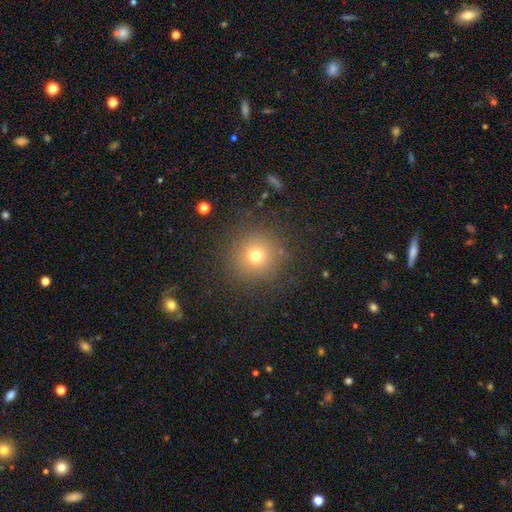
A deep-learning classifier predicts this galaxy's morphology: Smooth or featured? smooth (71%)
How rounded? round (95%)
Merging? none (87%)